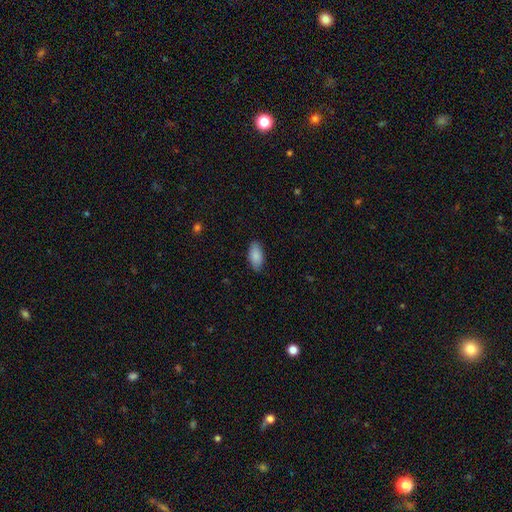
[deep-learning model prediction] smooth_or_featured: smooth (p=0.88) [alt: star or artifact p=0.06]
how_rounded: in between (p=0.92) [alt: cigar-shaped p=0.06]
merging: none (p=0.87) [alt: minor disturbance p=0.10]